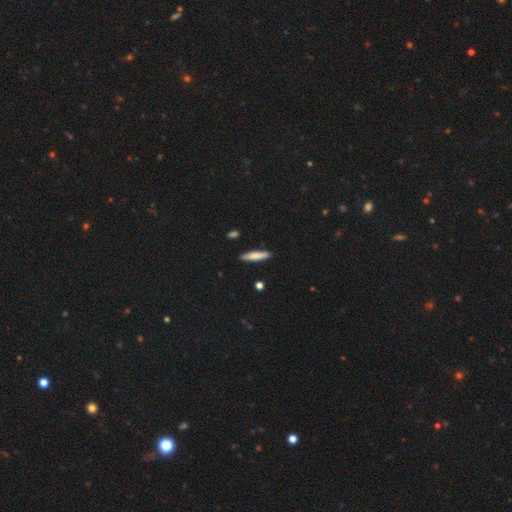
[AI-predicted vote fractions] This appears to be a smooth galaxy with no disk features (77%) that is cigar-shaped (85%). Merging: none (88%).